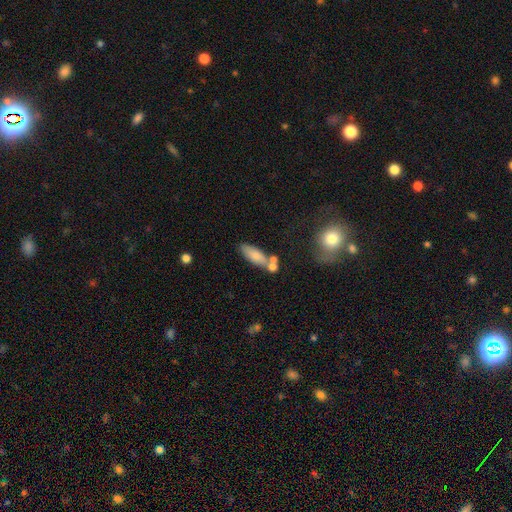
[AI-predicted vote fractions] Smooth or featured? smooth (76%)
How rounded? in between (59%)
Merging? none (57%)